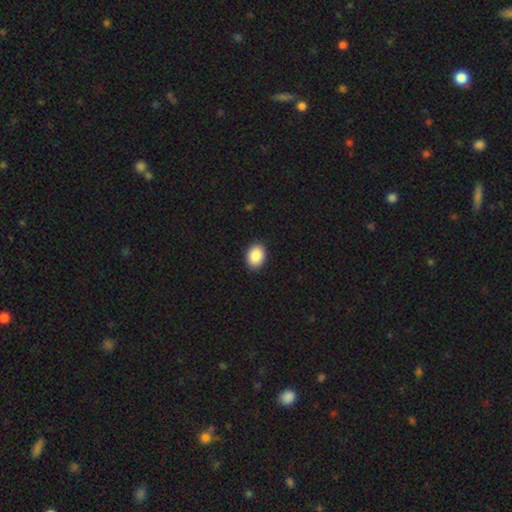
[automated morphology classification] type=smooth (89%); roundness=in between (72%); merging=none (90%).